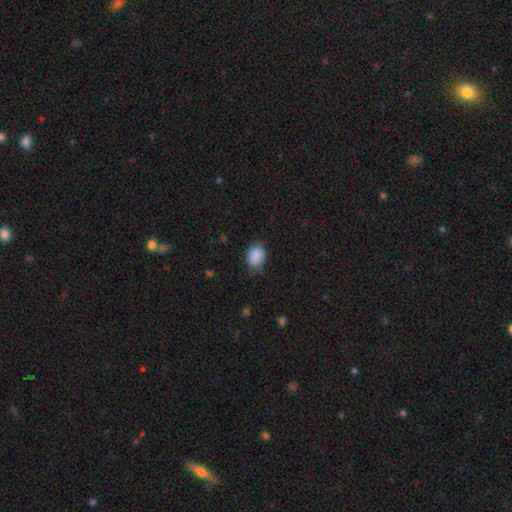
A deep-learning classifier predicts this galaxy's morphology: type=smooth (88%); roundness=in between (56%); merging=none (71%).